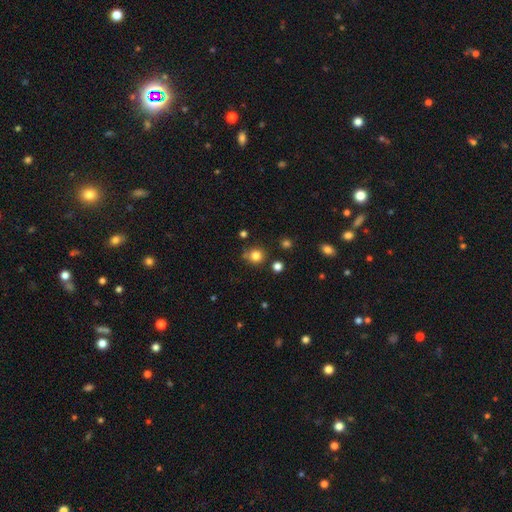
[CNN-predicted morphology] Smooth or featured?
  - smooth: 81% *
  - star or artifact: 13%
  - featured or disk: 6%
How rounded?
  - round: 88% *
  - in between: 11%
  - cigar-shaped: 1%
Merging?
  - none: 74% *
  - minor disturbance: 15%
  - merger: 7%
  - major disturbance: 4%